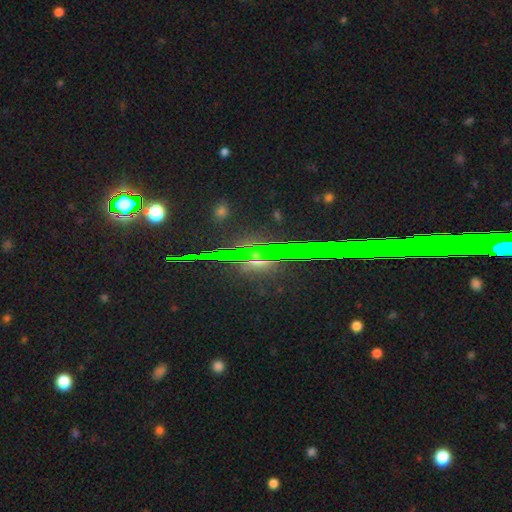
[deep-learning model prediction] Smooth or featured: star or artifact — 56% (smooth — 22%)